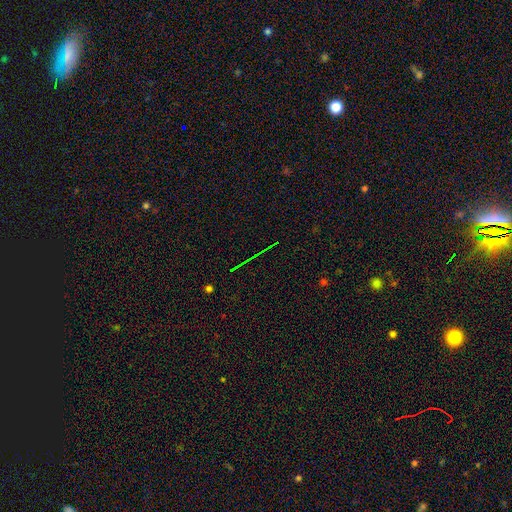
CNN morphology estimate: Q: Smooth or featured?
A: star or artifact (74%); runner-up: featured or disk (15%)